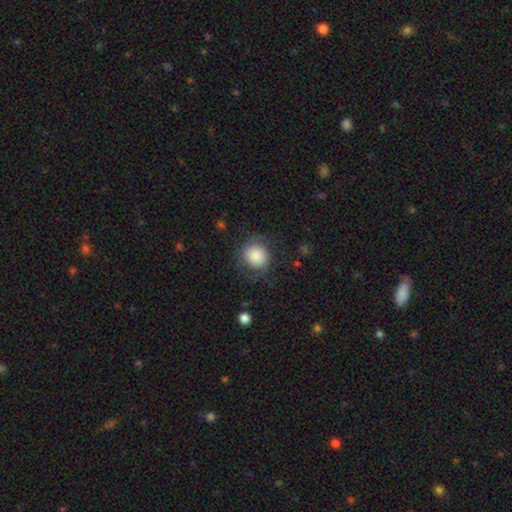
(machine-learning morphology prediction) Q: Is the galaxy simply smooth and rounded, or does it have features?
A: smooth — 81%.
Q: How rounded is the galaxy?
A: round — 84%.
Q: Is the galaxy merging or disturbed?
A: none — 72%.